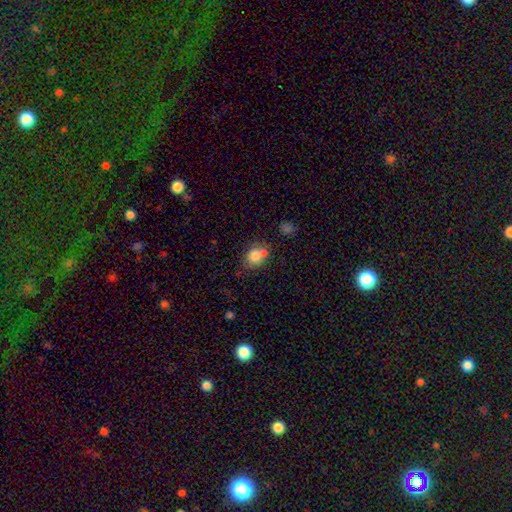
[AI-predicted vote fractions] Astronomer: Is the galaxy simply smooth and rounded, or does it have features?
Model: smooth — 78%.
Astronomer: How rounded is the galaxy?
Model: round — 52% (runner-up: in between, 47%).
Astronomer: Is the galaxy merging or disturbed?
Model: none — 51% (runner-up: merger, 26%).